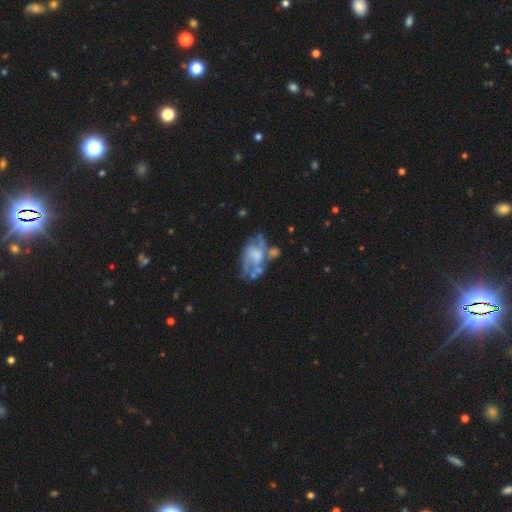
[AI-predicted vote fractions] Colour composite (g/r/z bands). It shows a featured or disk galaxy (68%) with no bar (69%), no spiral arms (52%) and a moderate central bulge (38%). Merging: none (37%).